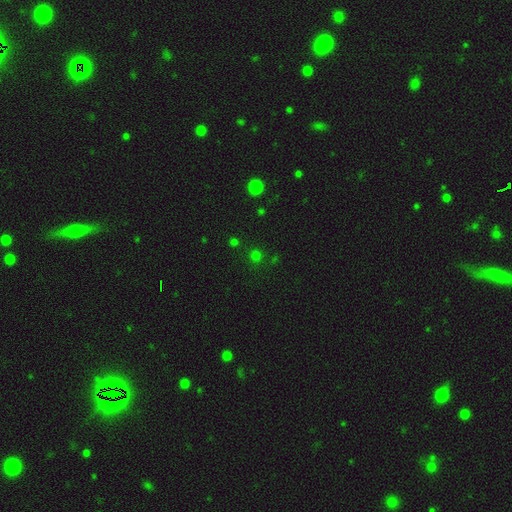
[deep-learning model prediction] Smooth or featured: smooth — 63% (star or artifact — 33%)
How rounded: round — 91% (in between — 8%)
Merging: none — 85% (minor disturbance — 8%)